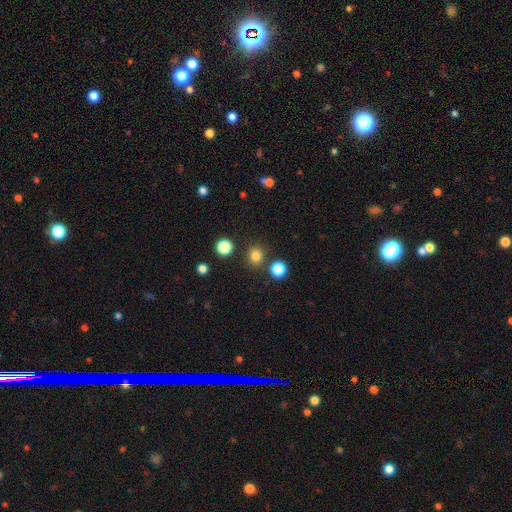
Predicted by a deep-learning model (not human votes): Smooth or featured: smooth — 81% (star or artifact — 15%)
How rounded: round — 82% (in between — 17%)
Merging: none — 84% (minor disturbance — 7%)